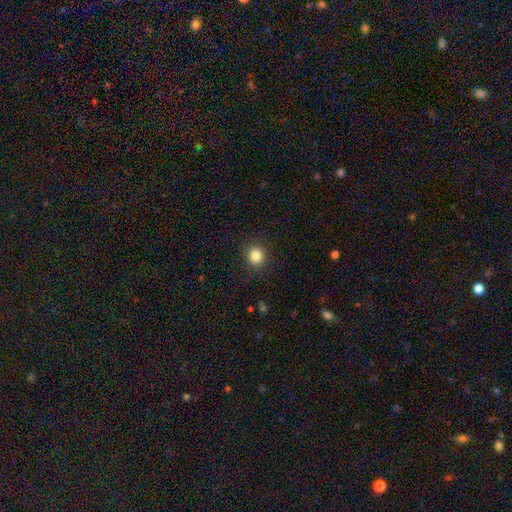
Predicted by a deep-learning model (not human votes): smooth 84%, star or artifact 11%, featured or disk 5%. Down the decision tree: how rounded — round (83%); merging — none (90%).